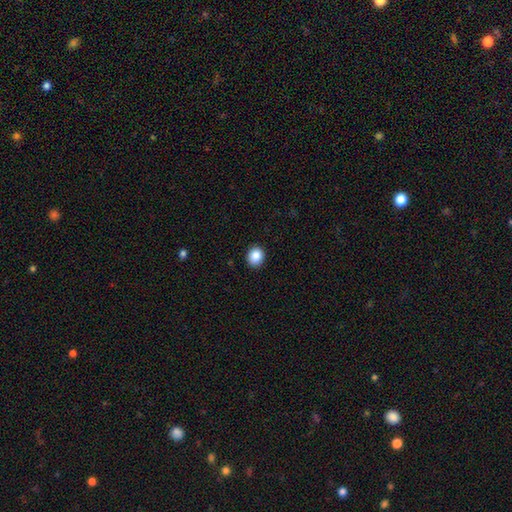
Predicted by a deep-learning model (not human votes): This is clearly a smooth galaxy (88%). How rounded: likely round (70%). Merging: clearly none (91%).